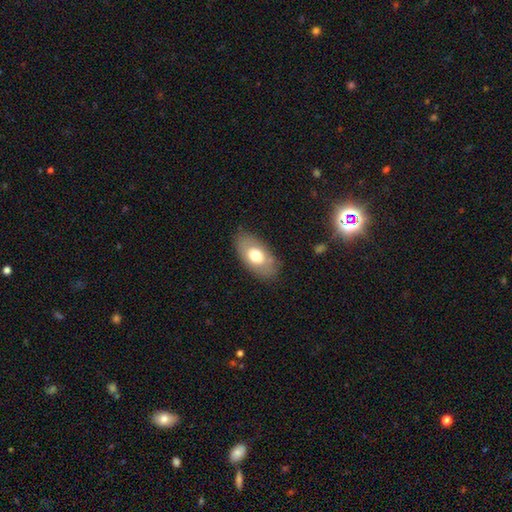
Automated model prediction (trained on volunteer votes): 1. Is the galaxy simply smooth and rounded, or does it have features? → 62% smooth, 31% featured or disk, 6% star or artifact.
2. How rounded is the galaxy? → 92% in between, 6% round, 2% cigar-shaped.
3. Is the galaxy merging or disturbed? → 81% none, 14% minor disturbance, 4% major disturbance, 1% merger.